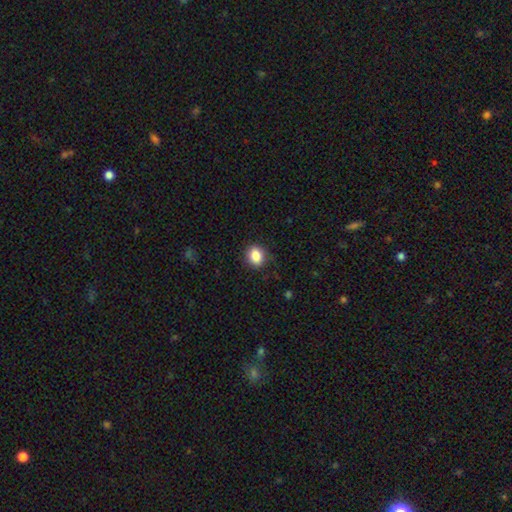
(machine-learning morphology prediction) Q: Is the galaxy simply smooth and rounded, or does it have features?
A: smooth — 86%.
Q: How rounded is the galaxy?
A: round — 55%.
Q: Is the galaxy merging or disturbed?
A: none — 86%.